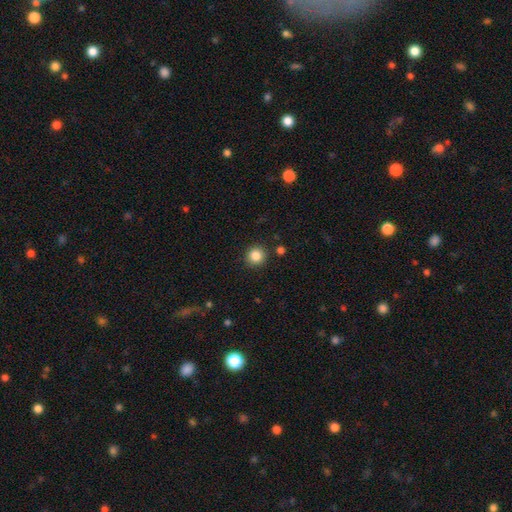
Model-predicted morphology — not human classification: Smooth or featured?
  - smooth: 85% *
  - star or artifact: 10%
  - featured or disk: 4%
How rounded?
  - round: 93% *
  - in between: 6%
  - cigar-shaped: 1%
Merging?
  - none: 90% *
  - minor disturbance: 6%
  - major disturbance: 2%
  - merger: 2%